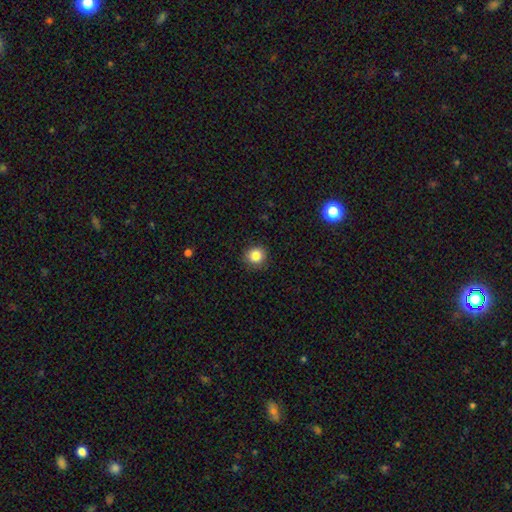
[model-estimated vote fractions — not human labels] smooth-or-featured: smooth: 84% | star or artifact: 11% | featured or disk: 5%
  how-rounded: round: 91% | in between: 9% | cigar-shaped: 1%
  merging: none: 91% | minor disturbance: 7% | major disturbance: 2% | merger: 1%